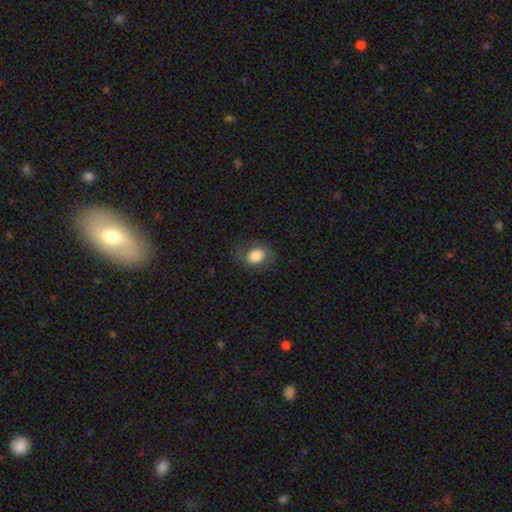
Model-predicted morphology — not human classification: Smooth or featured?
  - smooth: 76% *
  - featured or disk: 16%
  - star or artifact: 8%
How rounded?
  - in between: 60% *
  - round: 39%
  - cigar-shaped: 1%
Merging?
  - none: 71% *
  - minor disturbance: 18%
  - major disturbance: 10%
  - merger: 1%